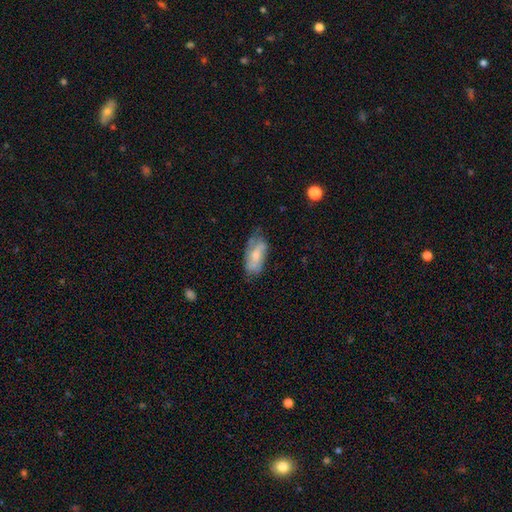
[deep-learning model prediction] Smooth or featured? Predicted: smooth (p=0.48). Merging? Predicted: none (p=0.55).